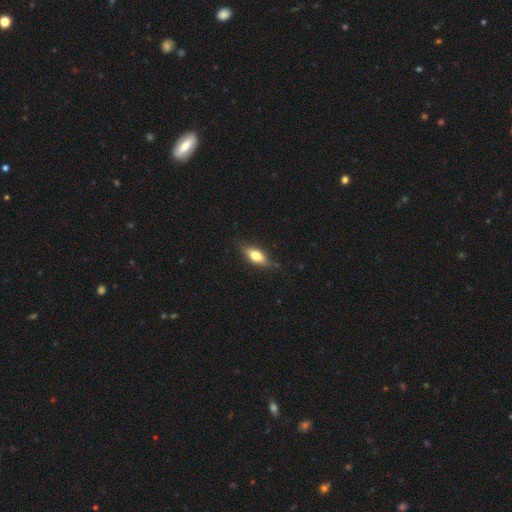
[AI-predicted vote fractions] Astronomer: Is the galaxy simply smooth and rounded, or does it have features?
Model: smooth — 64%.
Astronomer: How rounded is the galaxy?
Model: in between — 74%.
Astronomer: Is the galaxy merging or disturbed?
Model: none — 78%.